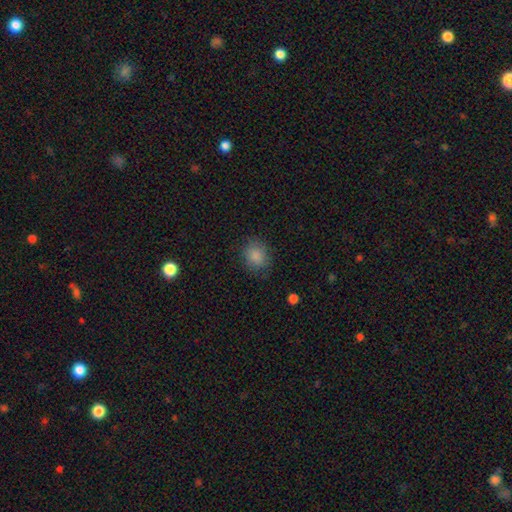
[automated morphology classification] A smooth galaxy with no disk features (85%) that is round (69%). Merging: none (80%).